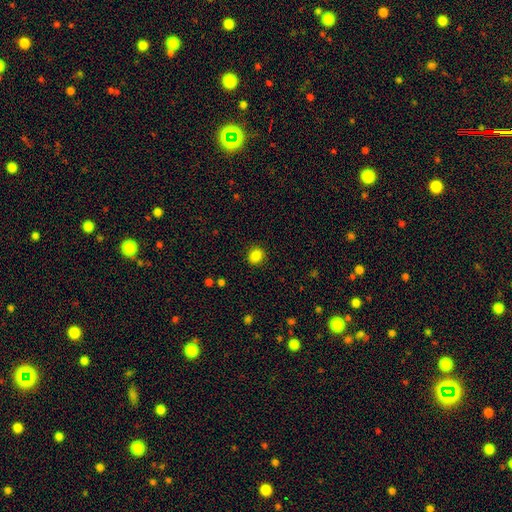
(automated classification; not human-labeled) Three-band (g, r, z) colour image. It shows a smooth galaxy with no disk features (86%) that is round (79%). Merging: none (90%).